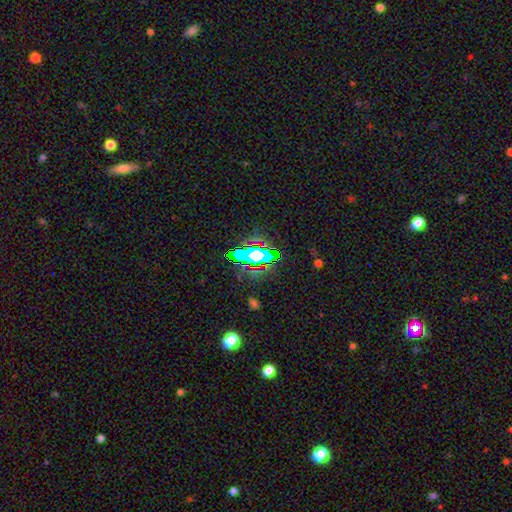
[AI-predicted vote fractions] This is possibly a star or artifact rather than a galaxy (58%).